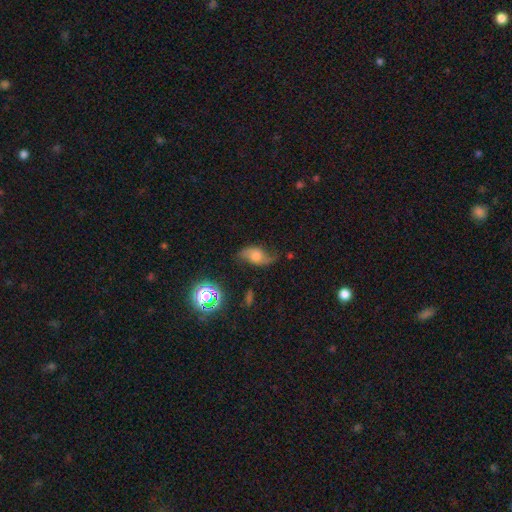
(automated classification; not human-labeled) The model was most divided on "bulge size": moderate: 40%, large: 23%, small: 21%, none: 11%, dominant: 5%. More confident: edge-on disk — no (93%); spiral arms — yes (90%); bar — no (68%); merging — none (62%); smooth or featured — featured or disk (57%).